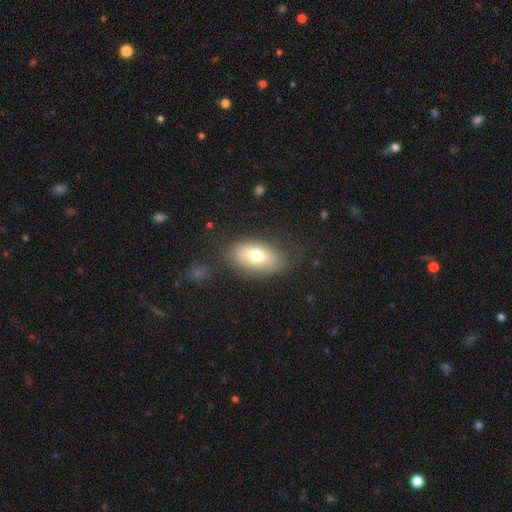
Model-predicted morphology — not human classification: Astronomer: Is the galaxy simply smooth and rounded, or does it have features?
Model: smooth — 70%.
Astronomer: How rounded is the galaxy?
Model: in between — 90%.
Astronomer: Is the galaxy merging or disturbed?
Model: none — 73%.